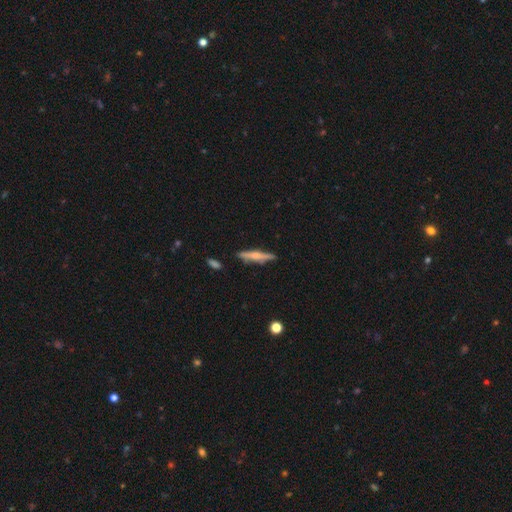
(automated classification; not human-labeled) Smooth or featured: featured or disk — 52% (smooth — 42%)
Edge-on disk: yes — 96% (no — 4%)
Merging: none — 83% (minor disturbance — 12%)